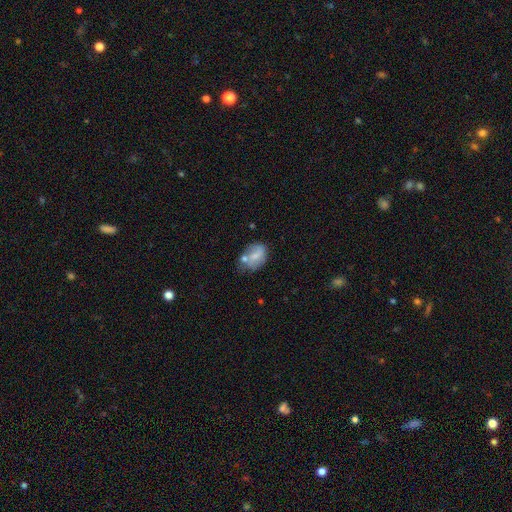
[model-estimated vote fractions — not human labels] A smooth galaxy with no disk features (55%) that is in between round and cigar-shaped (76%).

Vote fractions:
- Smooth or featured? smooth: 55% / featured or disk: 36% / star or artifact: 9%
- How rounded? in between: 76% / round: 23% / cigar-shaped: 2%
- Merging? none: 39% / minor disturbance: 26% / merger: 23% / major disturbance: 12%